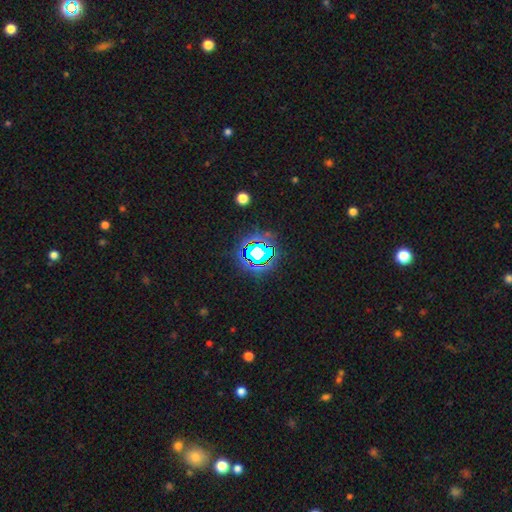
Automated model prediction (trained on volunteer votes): A star or artifact, not a galaxy (67%).